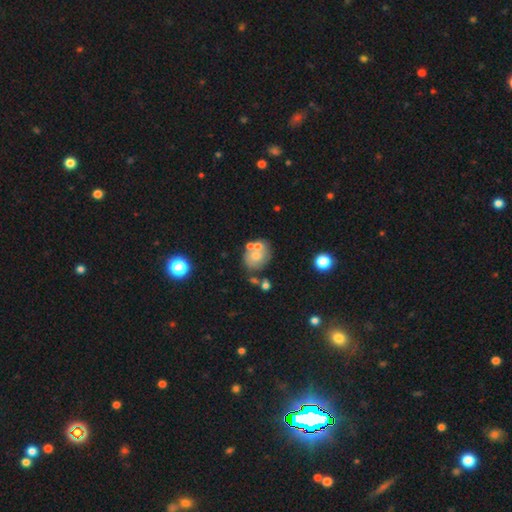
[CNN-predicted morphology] This is possibly a smooth galaxy (55%). How rounded: likely round (60%). Merging: possibly none (53%).